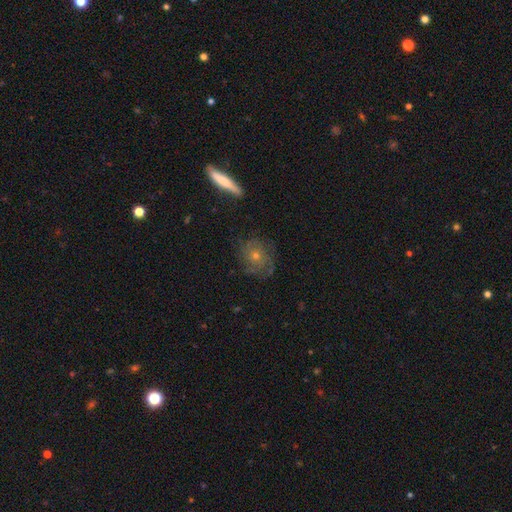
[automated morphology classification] This appears to be a featured or disk galaxy (57%) with no bar (85%), spiral arms (78%) and a small central bulge (56%). Merging: none (74%).